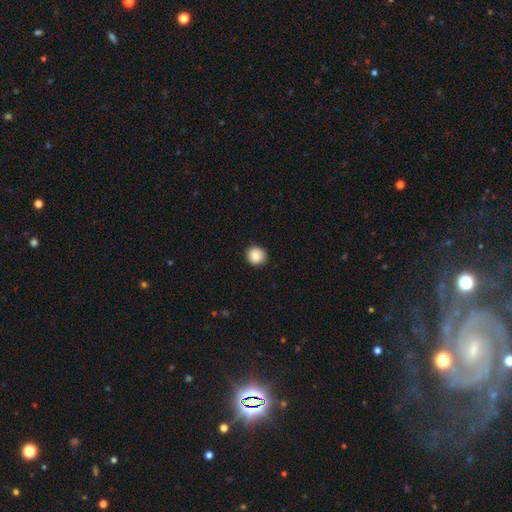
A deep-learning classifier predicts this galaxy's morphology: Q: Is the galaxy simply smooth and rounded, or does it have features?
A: smooth — 87%.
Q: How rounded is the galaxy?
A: round — 92%.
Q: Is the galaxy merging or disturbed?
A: none — 91%.